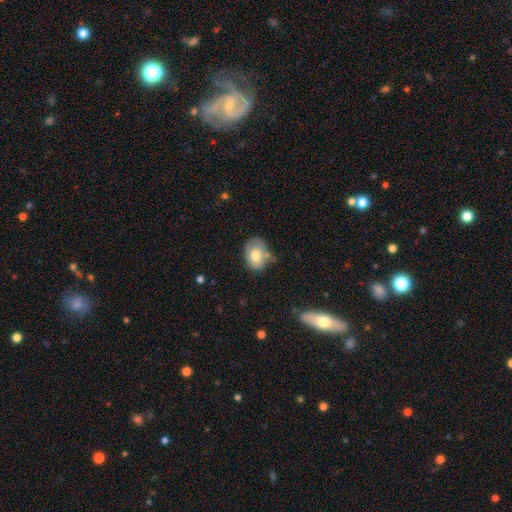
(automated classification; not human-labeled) smooth-or-featured: smooth: 72% | featured or disk: 20% | star or artifact: 8%
  how-rounded: in between: 67% | round: 32% | cigar-shaped: 1%
  merging: none: 50% | minor disturbance: 32% | major disturbance: 10% | merger: 9%